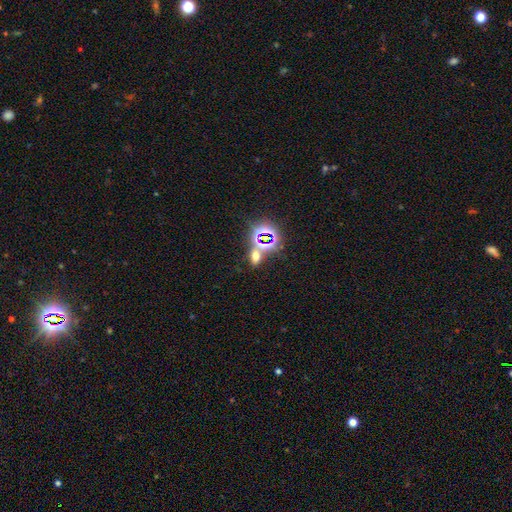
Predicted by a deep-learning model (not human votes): Smooth or featured? Predicted: smooth (p=0.47). Merging? Predicted: none (p=0.64).